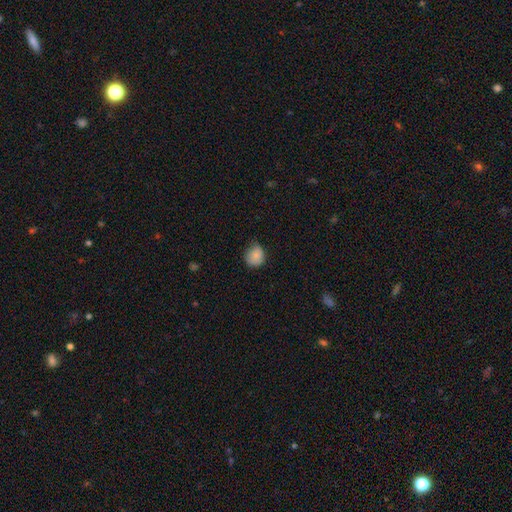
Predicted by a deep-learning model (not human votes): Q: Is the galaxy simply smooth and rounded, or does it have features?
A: smooth — 82%.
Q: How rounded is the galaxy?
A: round — 78%.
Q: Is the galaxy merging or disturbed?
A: none — 57%.